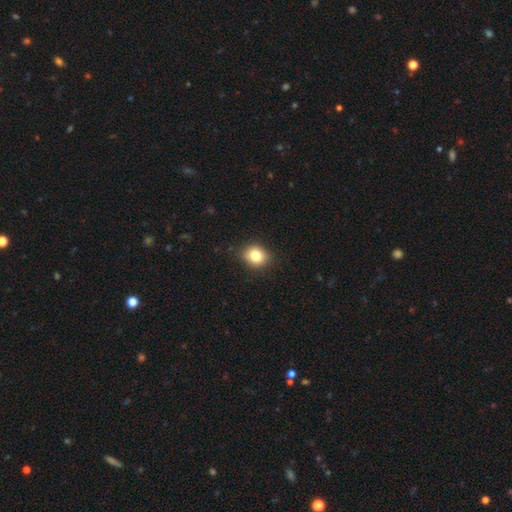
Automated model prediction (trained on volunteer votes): smooth-or-featured: smooth: 80% | star or artifact: 11% | featured or disk: 9%
  how-rounded: round: 66% | in between: 33% | cigar-shaped: 1%
  merging: none: 85% | minor disturbance: 11% | major disturbance: 2% | merger: 1%